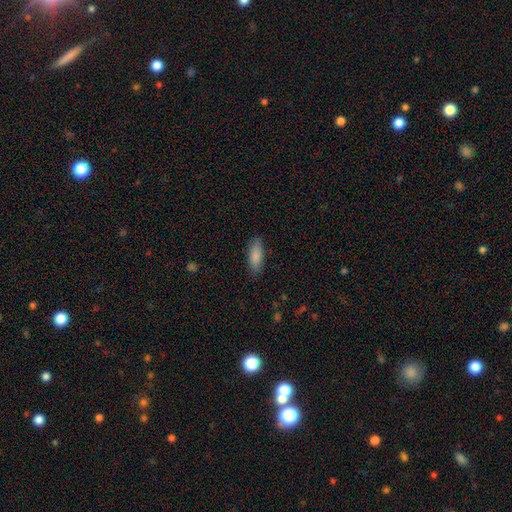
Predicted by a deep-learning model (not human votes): smooth 87%, featured or disk 7%, star or artifact 6%. Down the decision tree: how rounded — in between (70%); merging — none (84%).